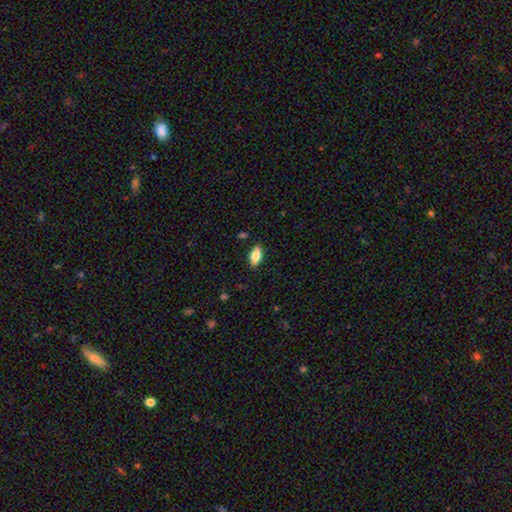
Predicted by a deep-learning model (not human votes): Smooth or featured? Predicted: smooth (p=0.82). How rounded? Predicted: in between (p=0.89). Merging? Predicted: none (p=0.88).